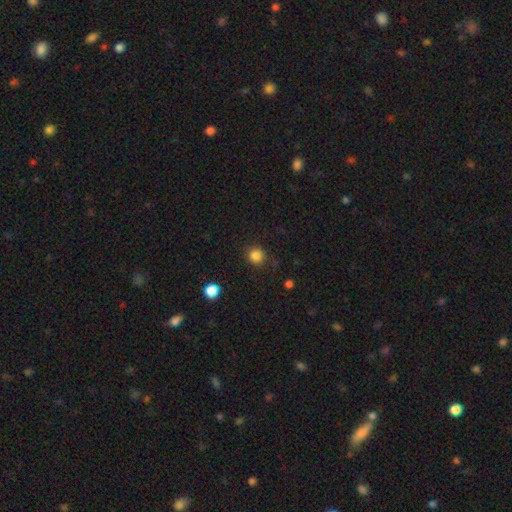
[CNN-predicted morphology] Overall: smooth (84%). How rounded: round (90%). Merging: none (84%).